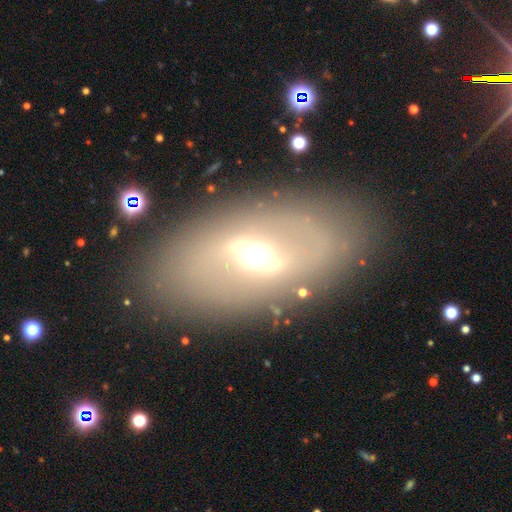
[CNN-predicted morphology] Smooth or featured? Predicted: featured or disk (p=0.63). Edge-on disk? Predicted: no (p=0.83). Bar? Predicted: weak (p=0.43). Spiral arms? Predicted: no (p=0.66). Bulge size? Predicted: moderate (p=0.62). Merging? Predicted: none (p=0.83).